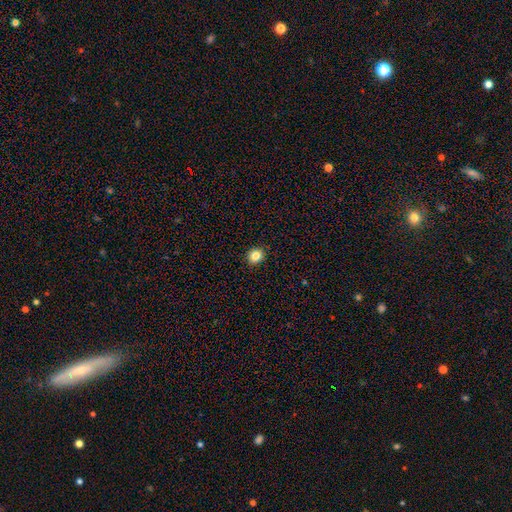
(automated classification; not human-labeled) This is clearly a smooth galaxy (84%). How rounded: likely round (76%). Merging: clearly none (91%).